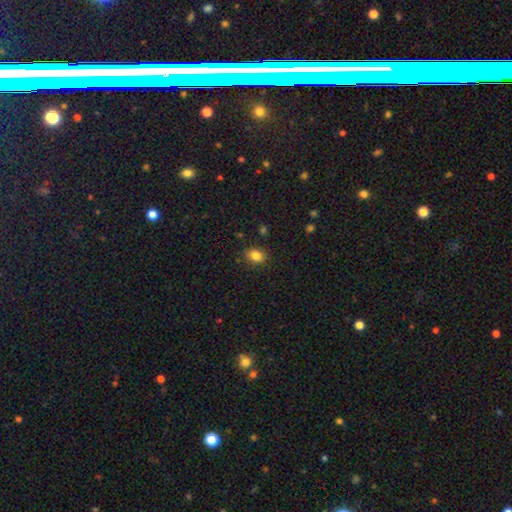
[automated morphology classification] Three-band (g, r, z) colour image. It shows a smooth galaxy with no disk features (83%) that is in between round and cigar-shaped (61%). Merging: none (86%).